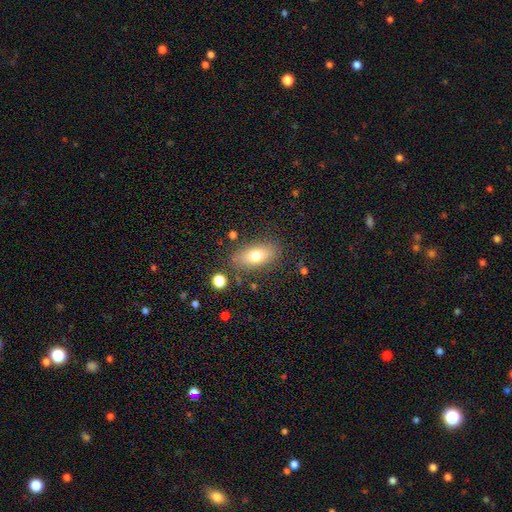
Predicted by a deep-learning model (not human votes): smooth 71%, featured or disk 21%, star or artifact 9%. Down the decision tree: how rounded — in between (83%); merging — none (79%).